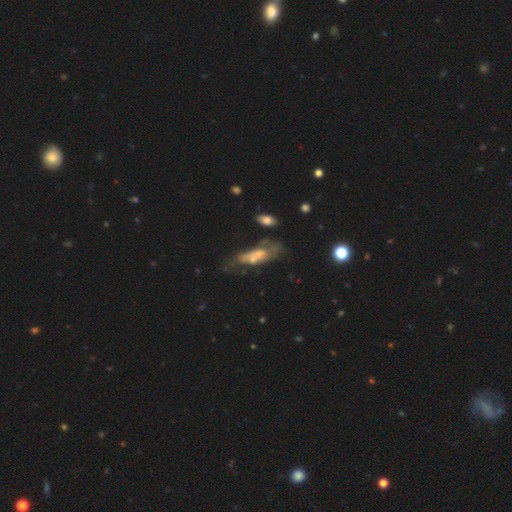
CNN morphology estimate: type=smooth (49%); merging=none (34%).